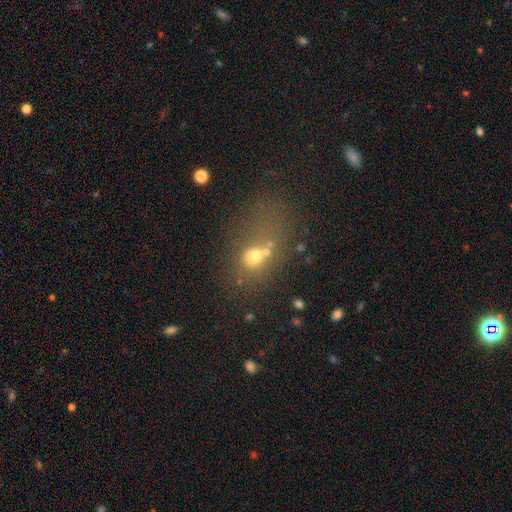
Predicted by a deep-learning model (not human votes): Smooth or featured? smooth (57%)
How rounded? round (49%, tied with in between)
Merging? merger (36%)